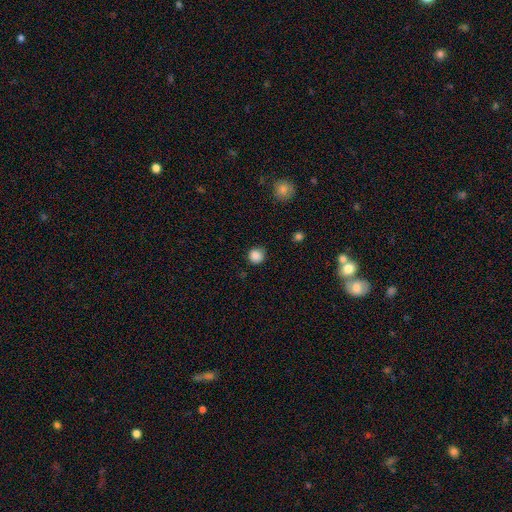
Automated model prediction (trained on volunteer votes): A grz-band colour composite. It shows a smooth galaxy with no disk features (87%) that is round (92%). Merging: none (84%).